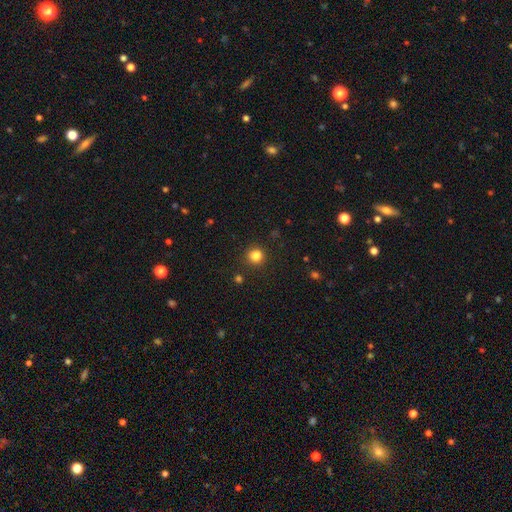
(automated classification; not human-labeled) smooth 83%, star or artifact 13%, featured or disk 4%. Down the decision tree: how rounded — round (89%); merging — none (88%).